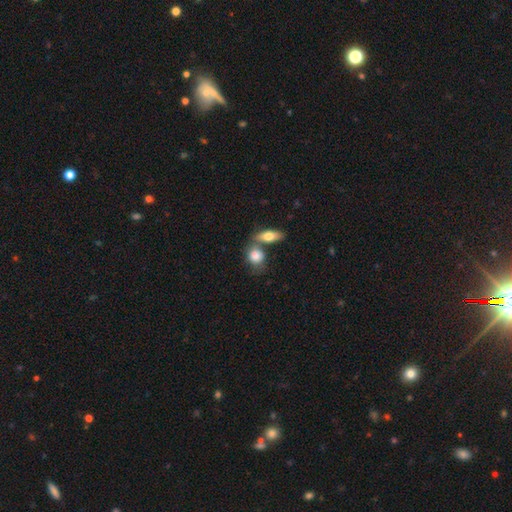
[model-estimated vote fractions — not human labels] Smooth or featured: smooth — 81% (featured or disk — 13%)
How rounded: in between — 53% (round — 43%)
Merging: merger — 44% (none — 40%)